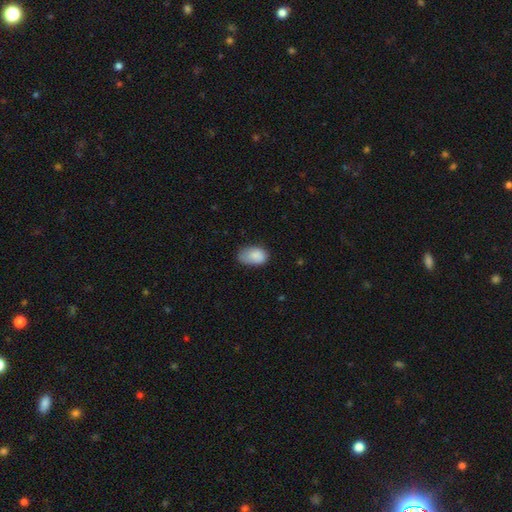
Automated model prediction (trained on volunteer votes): A smooth galaxy with no disk features (84%) that is in between round and cigar-shaped (90%). Merging: none (52%).